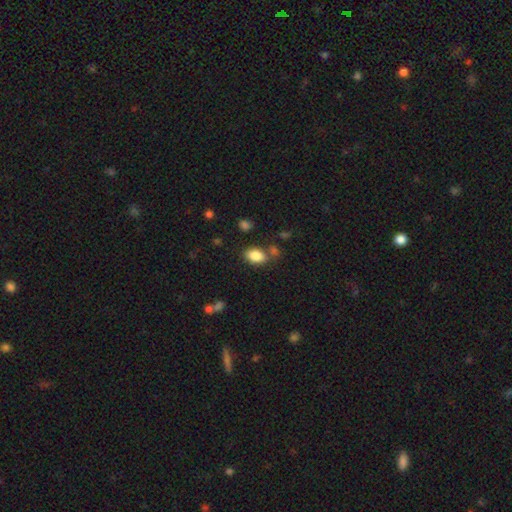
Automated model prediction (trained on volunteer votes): This is clearly a smooth galaxy (86%). How rounded: clearly in between (83%). Merging: likely none (71%).